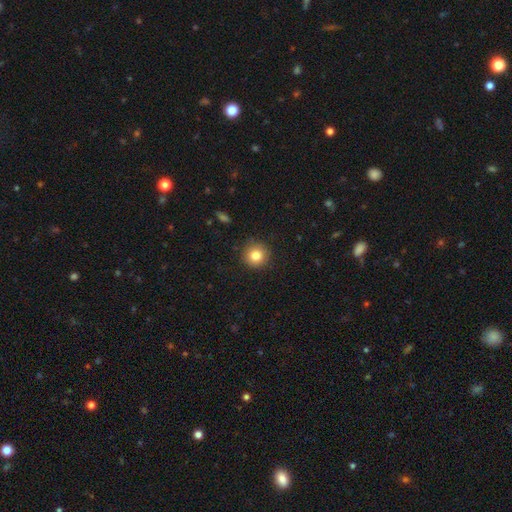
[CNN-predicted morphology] A smooth galaxy with no disk features (82%) that is round (95%). Merging: none (90%).